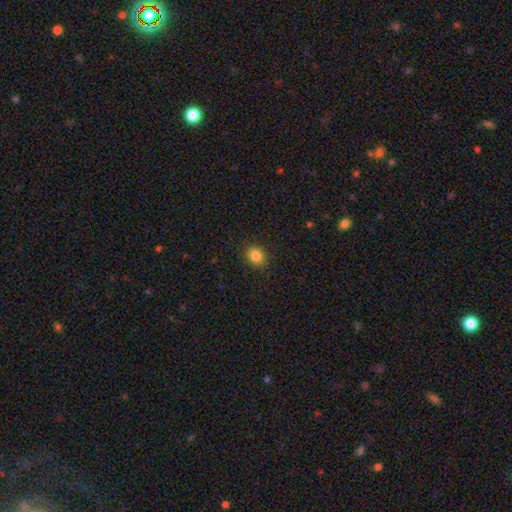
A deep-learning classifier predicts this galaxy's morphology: smooth-or-featured: smooth: 85% | star or artifact: 11% | featured or disk: 4%
  how-rounded: round: 65% | in between: 34% | cigar-shaped: 1%
  merging: none: 89% | minor disturbance: 8% | major disturbance: 2% | merger: 1%